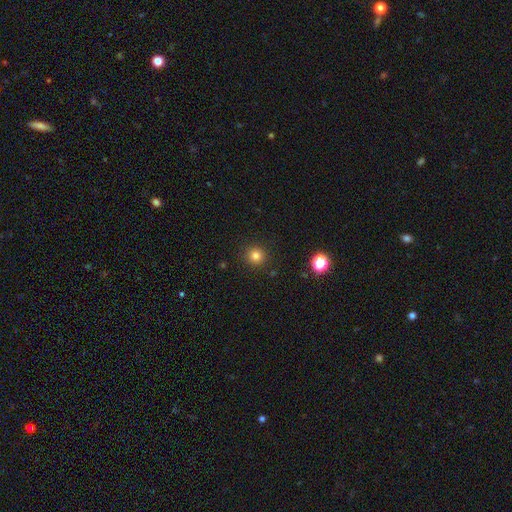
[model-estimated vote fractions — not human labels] A smooth galaxy with no disk features (81%) that is round (94%).

Vote fractions:
- Smooth or featured? smooth: 81% / star or artifact: 14% / featured or disk: 5%
- How rounded? round: 94% / in between: 5% / cigar-shaped: 1%
- Merging? none: 91% / minor disturbance: 6% / major disturbance: 2% / merger: 1%